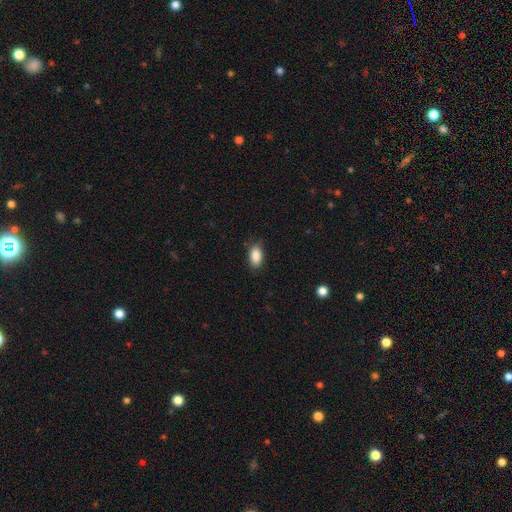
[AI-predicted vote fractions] A smooth galaxy with no disk features (89%) that is in between round and cigar-shaped (92%).

Vote fractions:
- Smooth or featured? smooth: 89% / star or artifact: 7% / featured or disk: 4%
- How rounded? in between: 92% / round: 5% / cigar-shaped: 4%
- Merging? none: 82% / minor disturbance: 14% / major disturbance: 3% / merger: 1%